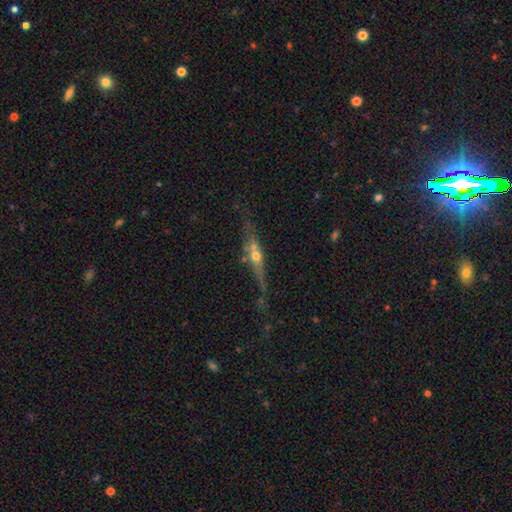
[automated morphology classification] Smooth or featured? featured or disk (65%)
Edge-on disk? yes (80%)
Edge-on bulge? rounded (89%)
Merging? none (53%)